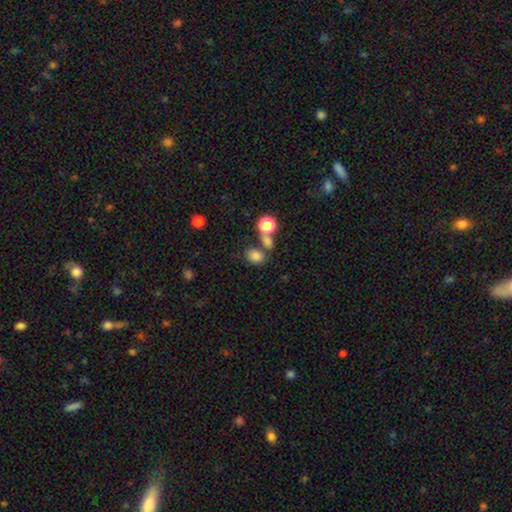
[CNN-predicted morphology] The model was most divided on "how rounded": in between: 62%, round: 37%, cigar-shaped: 1%. More confident: smooth or featured — smooth (79%); merging — none (61%).